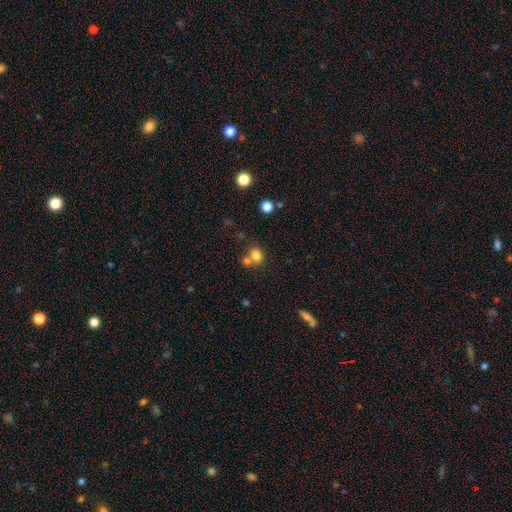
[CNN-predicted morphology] The model was most divided on "merging": none: 50%, merger: 35%, minor disturbance: 10%, major disturbance: 4%. More confident: smooth or featured — smooth (79%); how rounded — round (63%).